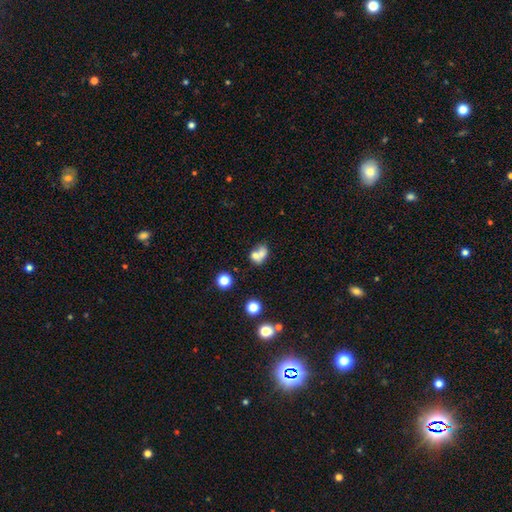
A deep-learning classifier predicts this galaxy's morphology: The model was most divided on "how rounded": in between: 53%, round: 46%, cigar-shaped: 1%. More confident: smooth or featured — smooth (66%); merging — merger (58%).